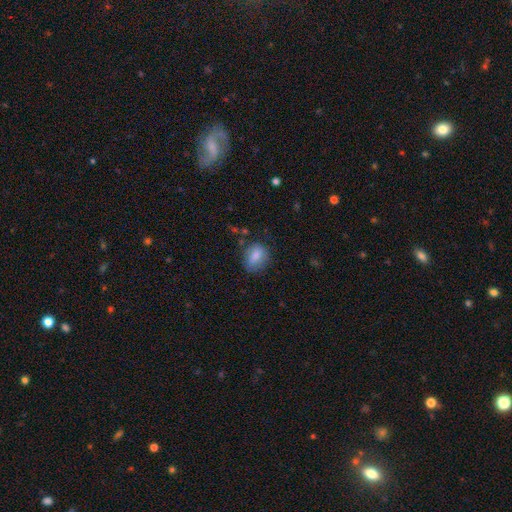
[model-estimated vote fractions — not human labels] This appears to be a smooth galaxy with no disk features (80%) that is in between round and cigar-shaped (59%). Merging: none (73%).